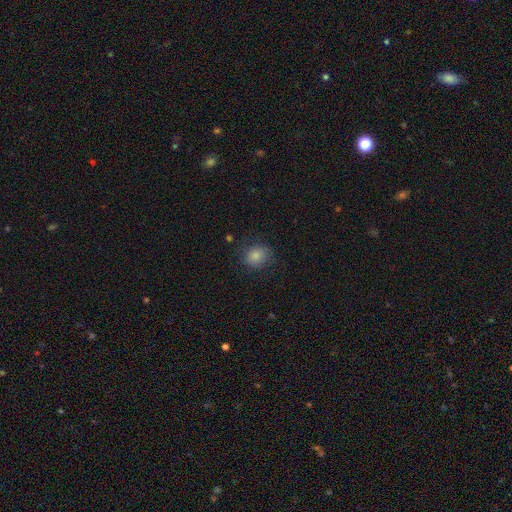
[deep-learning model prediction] The model was most divided on "how rounded": round: 62%, in between: 37%, cigar-shaped: 1%. More confident: smooth or featured — smooth (82%); merging — none (77%).